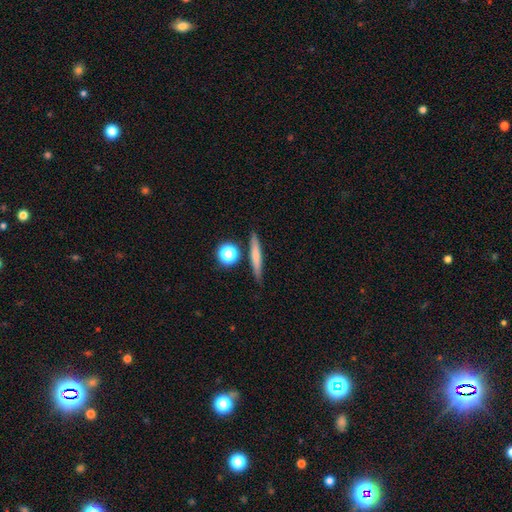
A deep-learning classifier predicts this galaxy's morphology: This is likely a smooth galaxy (64%). How rounded: clearly cigar-shaped (87%). Merging: clearly none (85%).